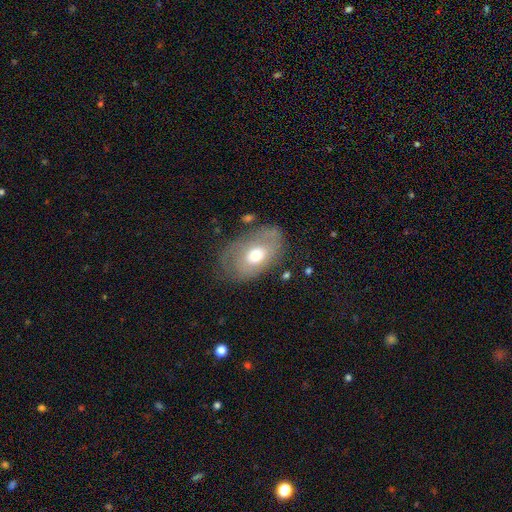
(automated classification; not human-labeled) A smooth galaxy with no disk features (49%). Merging: none (65%).